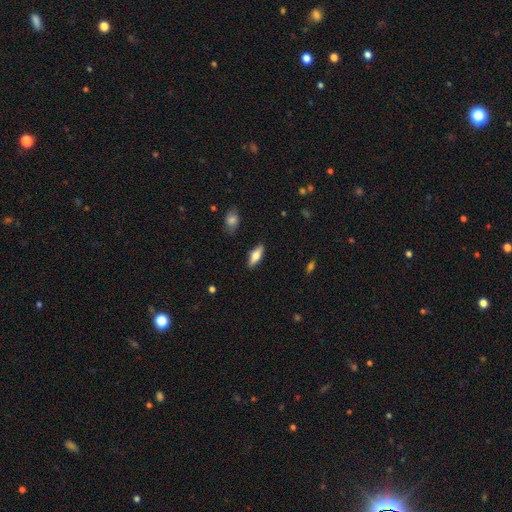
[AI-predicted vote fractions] Smooth or featured?
  - smooth: 68% *
  - featured or disk: 25%
  - star or artifact: 6%
How rounded?
  - in between: 68% *
  - cigar-shaped: 30%
  - round: 2%
Merging?
  - none: 87% *
  - minor disturbance: 10%
  - major disturbance: 2%
  - merger: 1%